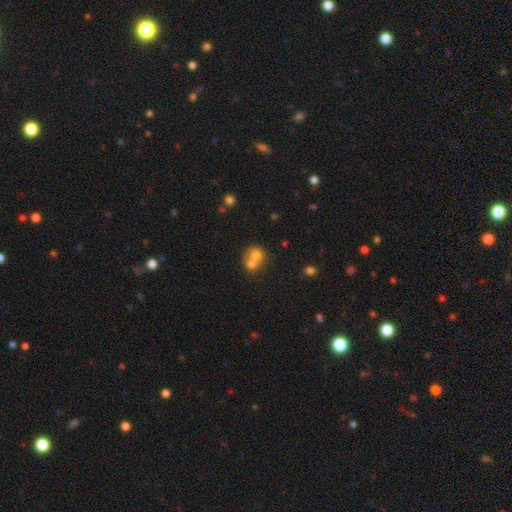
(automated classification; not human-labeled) smooth 69%, featured or disk 20%, star or artifact 10%. Down the decision tree: how rounded — round (75%); merging — merger (64%).